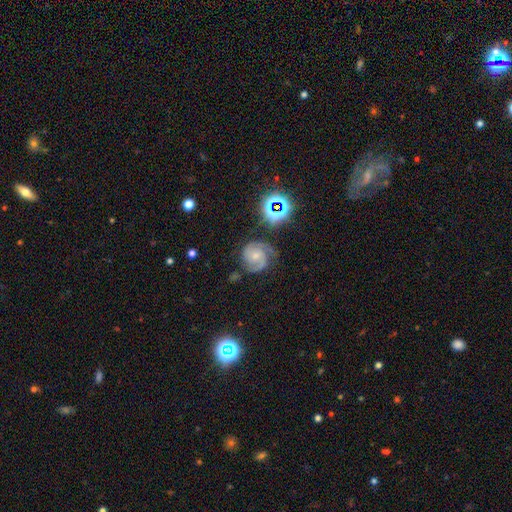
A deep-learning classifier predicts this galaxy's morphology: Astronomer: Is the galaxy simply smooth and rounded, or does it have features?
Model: featured or disk — 79%.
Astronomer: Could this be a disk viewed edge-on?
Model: no — 98%.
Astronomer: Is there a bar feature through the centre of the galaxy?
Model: no — 69%.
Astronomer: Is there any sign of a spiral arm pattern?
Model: yes — 97%.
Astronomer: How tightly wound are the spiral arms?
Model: tight — 50% (runner-up: medium, 42%).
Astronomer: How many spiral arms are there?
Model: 2 — 62%.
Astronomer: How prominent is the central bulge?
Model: small — 55% (runner-up: moderate, 36%).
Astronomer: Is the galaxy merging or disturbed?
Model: none — 65%.